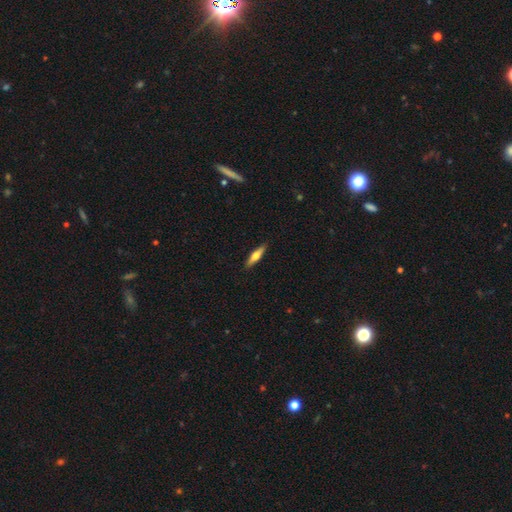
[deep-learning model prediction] A smooth galaxy with no disk features (50%) that is cigar-shaped (74%).

Vote fractions:
- Smooth or featured? smooth: 50% / featured or disk: 44% / star or artifact: 6%
- How rounded? cigar-shaped: 74% / in between: 24% / round: 2%
- Merging? none: 90% / minor disturbance: 7% / major disturbance: 2% / merger: 1%